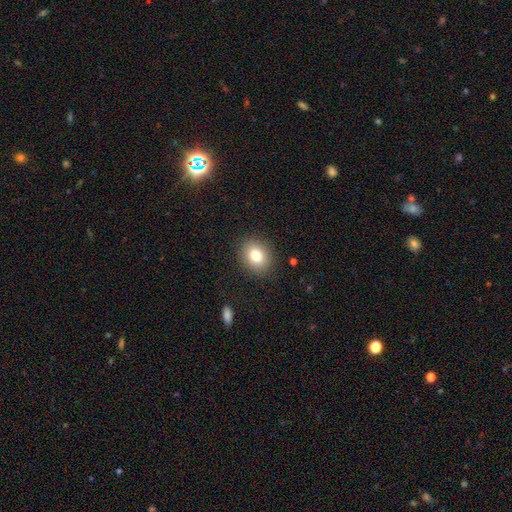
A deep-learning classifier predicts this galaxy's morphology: A smooth galaxy with no disk features (81%) that is round (57%).

Vote fractions:
- Smooth or featured? smooth: 81% / star or artifact: 10% / featured or disk: 10%
- How rounded? round: 57% / in between: 42% / cigar-shaped: 1%
- Merging? none: 88% / minor disturbance: 8% / major disturbance: 3% / merger: 1%